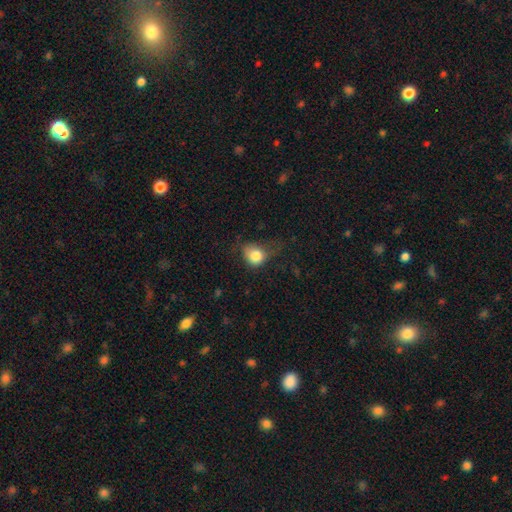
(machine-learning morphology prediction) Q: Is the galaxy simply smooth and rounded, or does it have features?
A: smooth — 81%.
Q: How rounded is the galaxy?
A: round — 63%.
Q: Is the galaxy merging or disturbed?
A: minor disturbance — 36%.